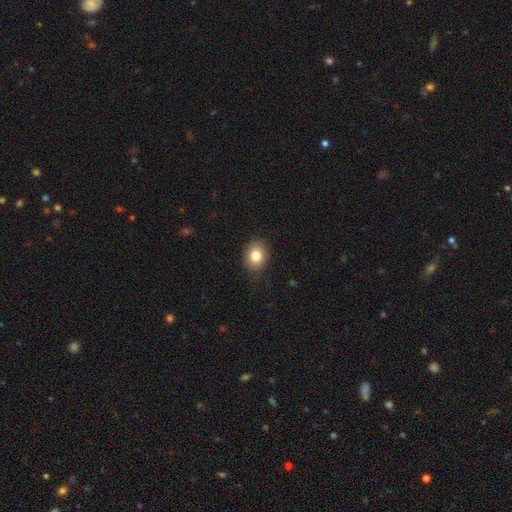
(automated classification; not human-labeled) This appears to be a smooth galaxy with no disk features (83%) that is in between round and cigar-shaped (56%). Merging: none (84%).